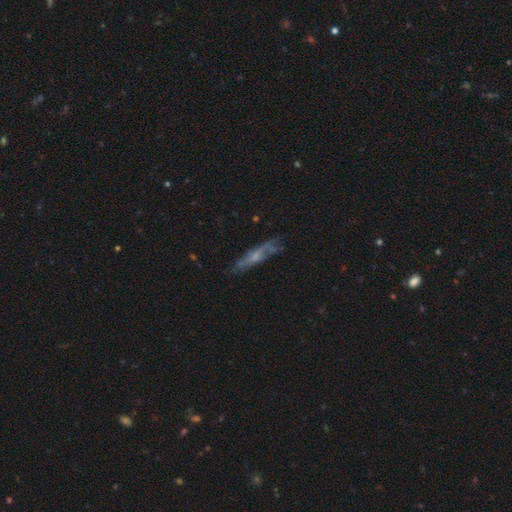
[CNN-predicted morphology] type=featured or disk (53%); edge-on=yes (59%); merging=none (64%).